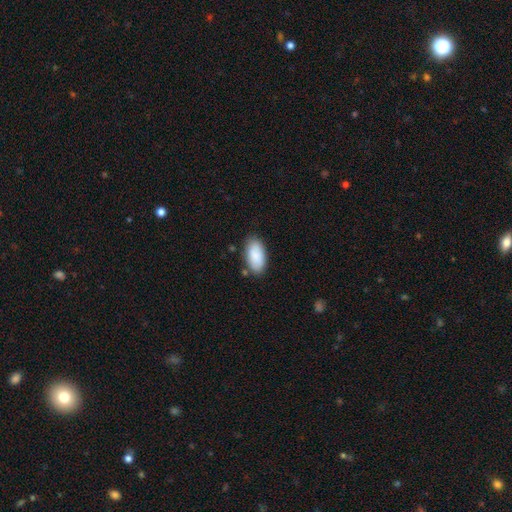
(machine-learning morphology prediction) Smooth or featured? smooth (89%)
How rounded? in between (94%)
Merging? none (80%)